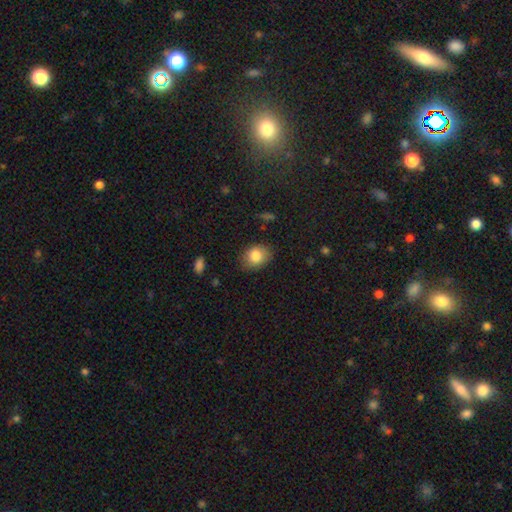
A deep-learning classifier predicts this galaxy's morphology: Overall: smooth (83%). How rounded: in between (50%; round 49%). Merging: none (80%).